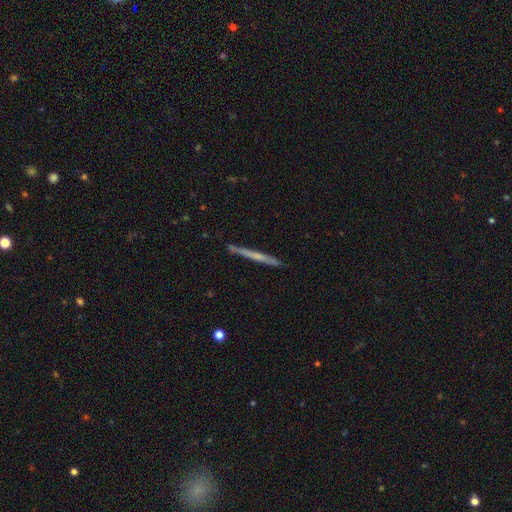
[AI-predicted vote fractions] Smooth or featured? featured or disk (55%)
Edge-on disk? yes (97%)
Edge-on bulge? none (68%)
Merging? none (89%)